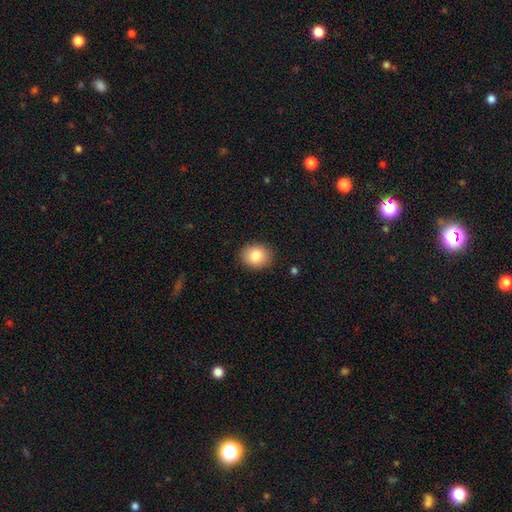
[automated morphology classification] This is clearly a smooth galaxy (84%). How rounded: possibly round (53%). Merging: clearly none (89%).